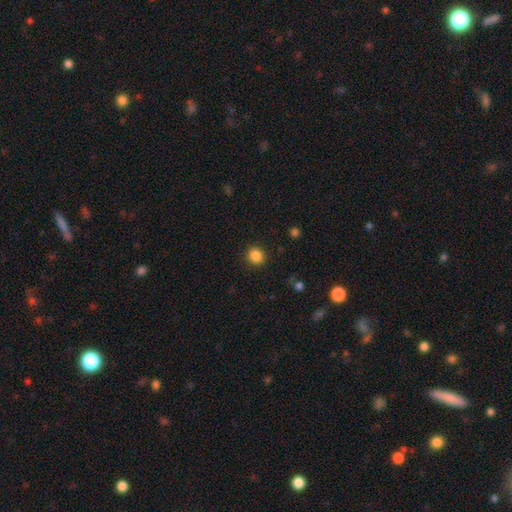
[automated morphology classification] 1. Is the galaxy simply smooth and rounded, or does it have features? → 86% smooth, 11% star or artifact, 4% featured or disk.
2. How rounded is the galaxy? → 88% round, 11% in between, 1% cigar-shaped.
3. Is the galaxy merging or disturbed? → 91% none, 6% minor disturbance, 2% major disturbance, 1% merger.